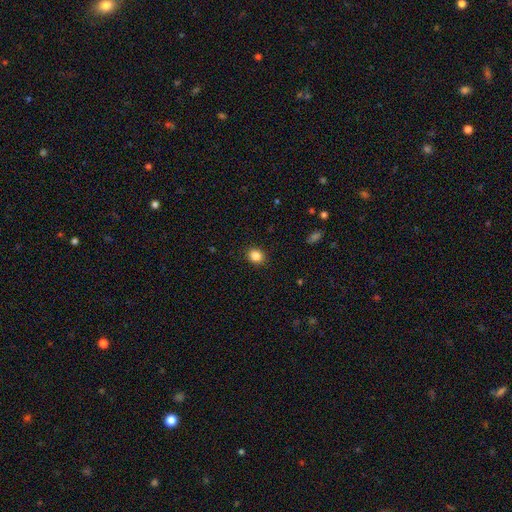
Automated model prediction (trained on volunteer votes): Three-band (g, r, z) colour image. It shows a smooth galaxy with no disk features (86%) that is round (64%). Merging: none (90%).